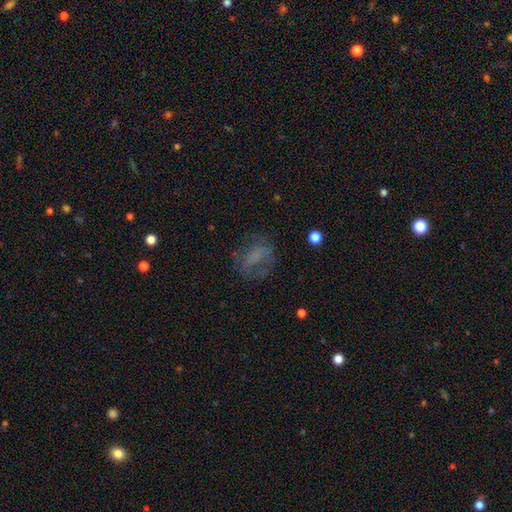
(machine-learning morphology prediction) Overall: smooth (47%; featured or disk 35%). Merging: none (57%; major disturbance 21%).